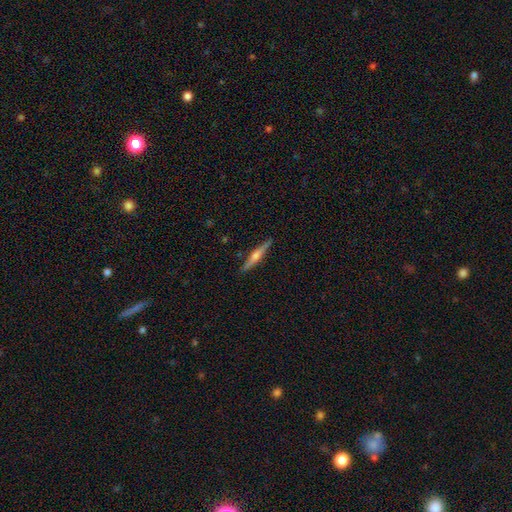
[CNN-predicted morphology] Smooth or featured?
  - featured or disk: 67% *
  - smooth: 28%
  - star or artifact: 6%
Edge-on disk?
  - yes: 98% *
  - no: 2%
Edge-on bulge?
  - rounded: 84% *
  - boxy: 9%
  - none: 7%
Merging?
  - none: 90% *
  - minor disturbance: 7%
  - major disturbance: 2%
  - merger: 1%